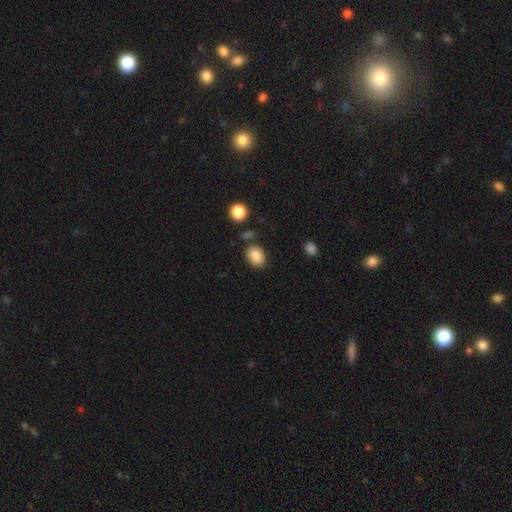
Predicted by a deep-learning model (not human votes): Q: Smooth or featured?
A: smooth (87%); runner-up: star or artifact (9%)
Q: How rounded?
A: in between (72%); runner-up: round (27%)
Q: Merging?
A: none (78%); runner-up: minor disturbance (12%)